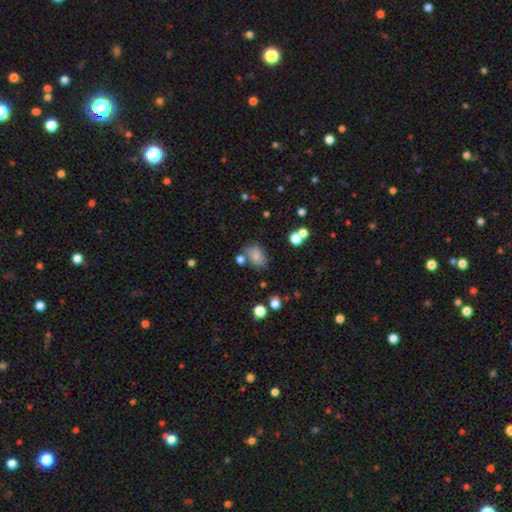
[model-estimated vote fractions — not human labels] Smooth or featured?
  - smooth: 78% *
  - star or artifact: 12%
  - featured or disk: 10%
How rounded?
  - in between: 72% *
  - round: 27%
  - cigar-shaped: 1%
Merging?
  - none: 62% *
  - minor disturbance: 19%
  - merger: 12%
  - major disturbance: 7%